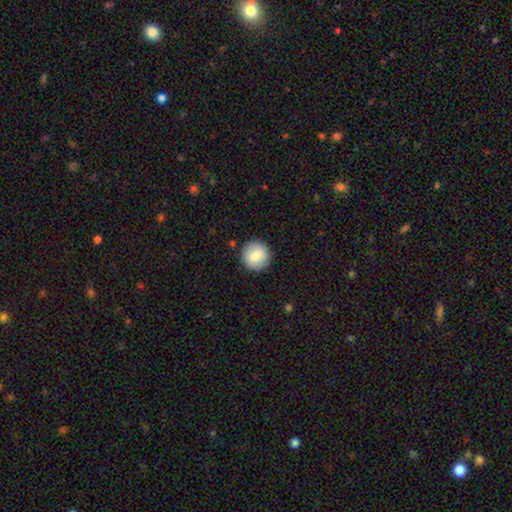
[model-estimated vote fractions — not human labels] A smooth galaxy with no disk features (85%) that is round (95%). Merging: none (91%).